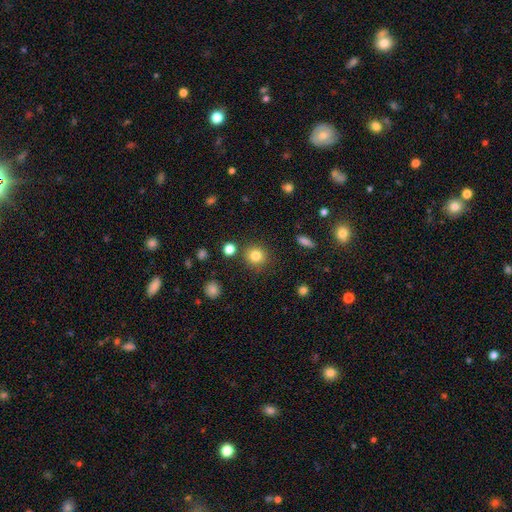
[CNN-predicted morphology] Smooth or featured?
  - smooth: 82% *
  - star or artifact: 12%
  - featured or disk: 6%
How rounded?
  - round: 90% *
  - in between: 9%
  - cigar-shaped: 1%
Merging?
  - none: 84% *
  - minor disturbance: 8%
  - merger: 5%
  - major disturbance: 3%